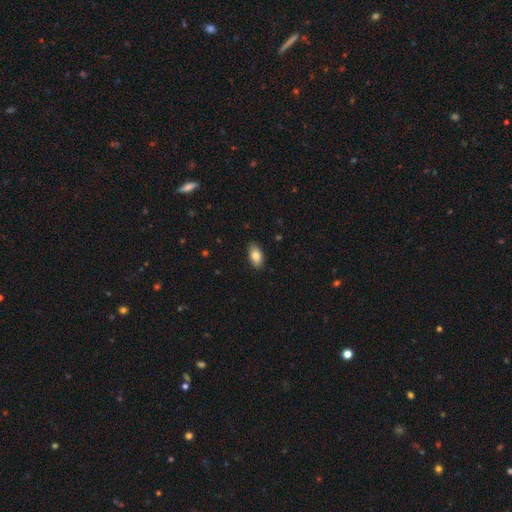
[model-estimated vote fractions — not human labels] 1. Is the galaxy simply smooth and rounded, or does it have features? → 83% smooth, 10% featured or disk, 7% star or artifact.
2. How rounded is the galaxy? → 92% in between, 4% round, 3% cigar-shaped.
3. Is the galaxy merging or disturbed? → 87% none, 10% minor disturbance, 2% major disturbance, 1% merger.